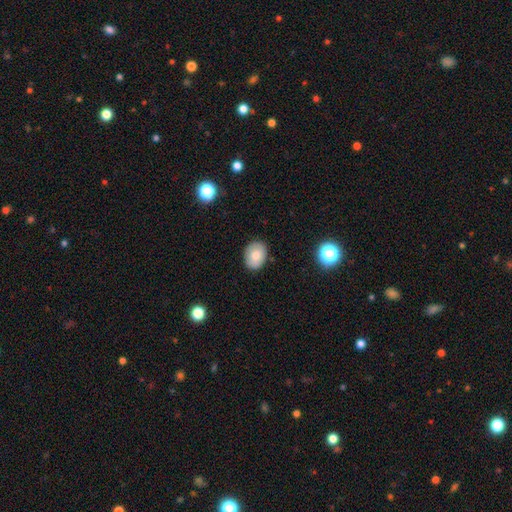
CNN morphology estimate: smooth 80%, featured or disk 12%, star or artifact 8%. Down the decision tree: how rounded — in between (68%); merging — none (86%).